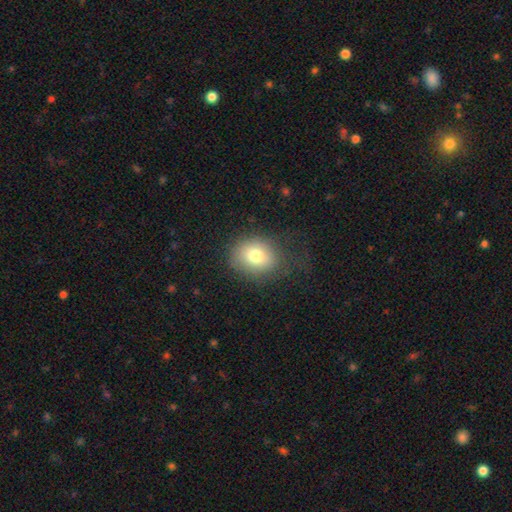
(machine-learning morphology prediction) type=smooth (76%); roundness=round (61%); merging=none (71%).